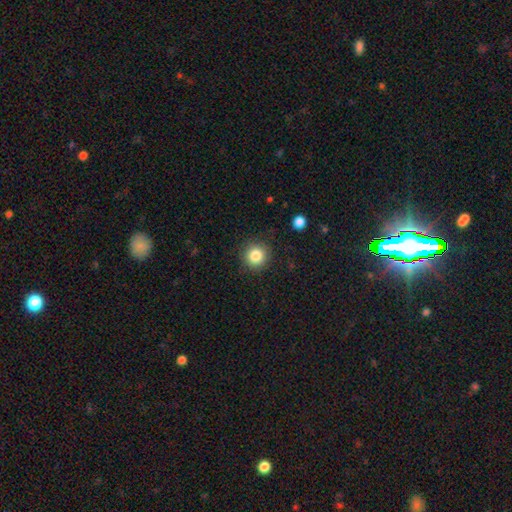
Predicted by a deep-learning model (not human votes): Overall: smooth (83%). How rounded: round (94%). Merging: none (89%).